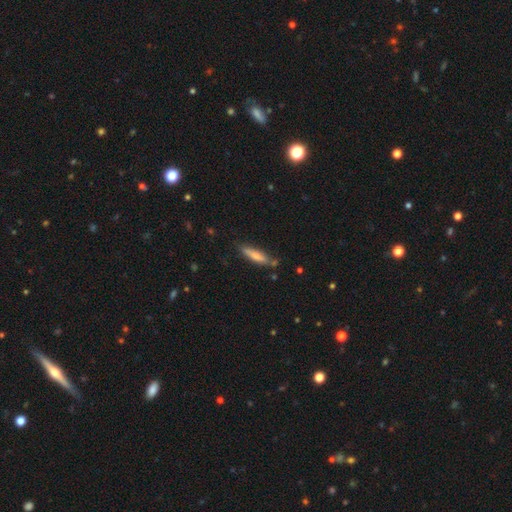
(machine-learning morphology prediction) This appears to be a smooth galaxy with no disk features (71%) that is cigar-shaped (80%). Merging: none (74%).